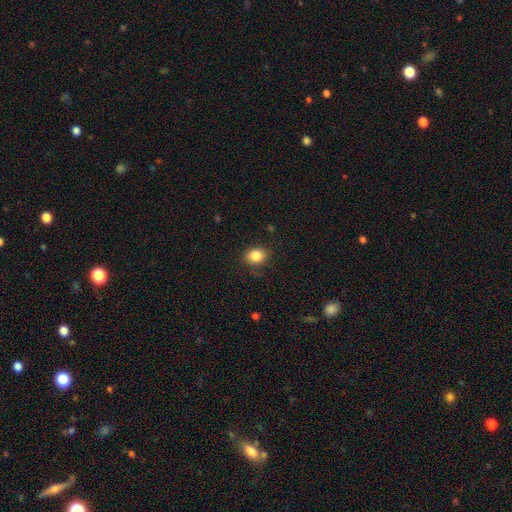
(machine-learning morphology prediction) The model was most divided on "how rounded": round: 51%, in between: 48%, cigar-shaped: 1%. More confident: smooth or featured — smooth (85%); merging — none (84%).